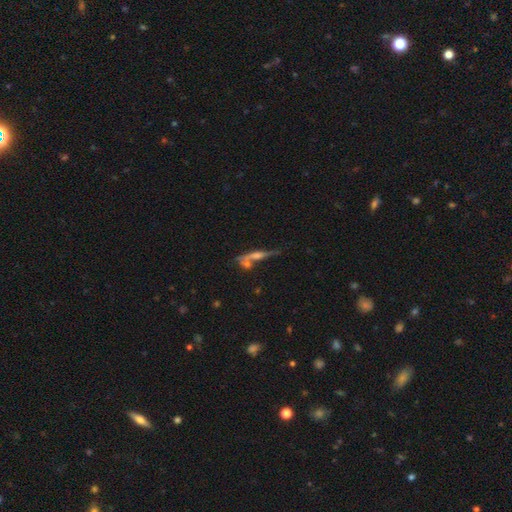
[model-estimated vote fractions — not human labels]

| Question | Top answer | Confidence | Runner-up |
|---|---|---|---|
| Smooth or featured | featured or disk | 59% | smooth (29%) |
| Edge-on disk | yes | 85% | no (15%) |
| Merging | none | 47% | merger (30%) |